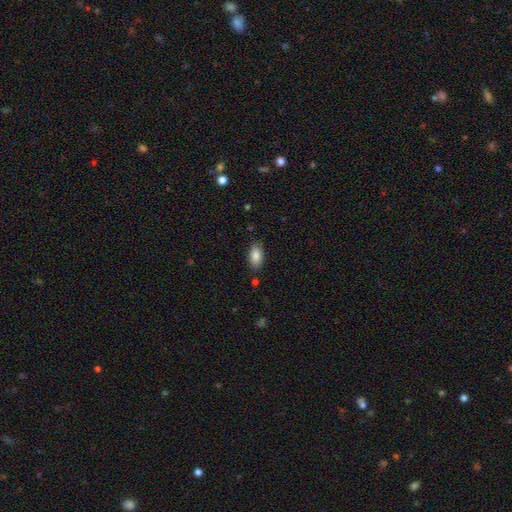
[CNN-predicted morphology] The model was most divided on "merging": none: 84%, minor disturbance: 11%, major disturbance: 2%, merger: 2%. More confident: how rounded — in between (93%); smooth or featured — smooth (86%).